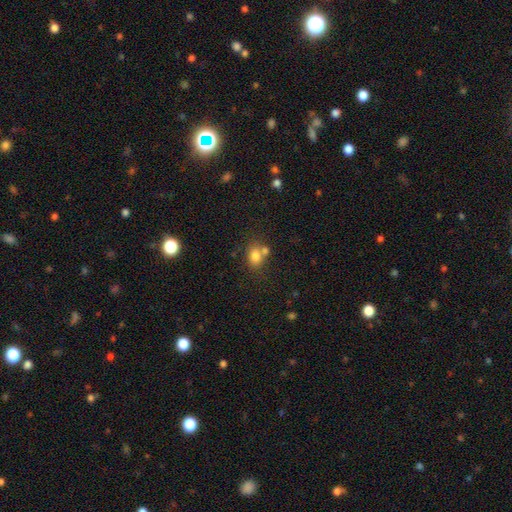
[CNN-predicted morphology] Smooth or featured: smooth — 79% (star or artifact — 11%)
How rounded: in between — 59% (round — 39%)
Merging: none — 50% (merger — 33%)